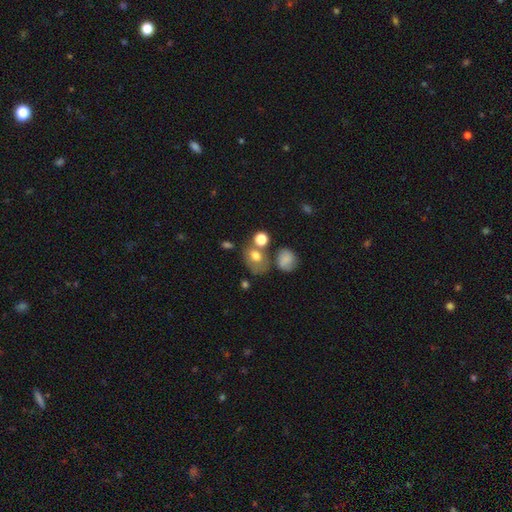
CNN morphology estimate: type=smooth (72%); roundness=in between (59%); merging=none (49%).